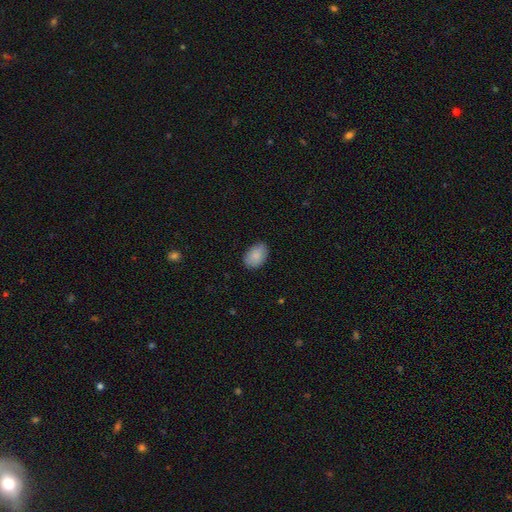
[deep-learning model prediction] Overall: smooth (88%). How rounded: in between (86%). Merging: none (82%).